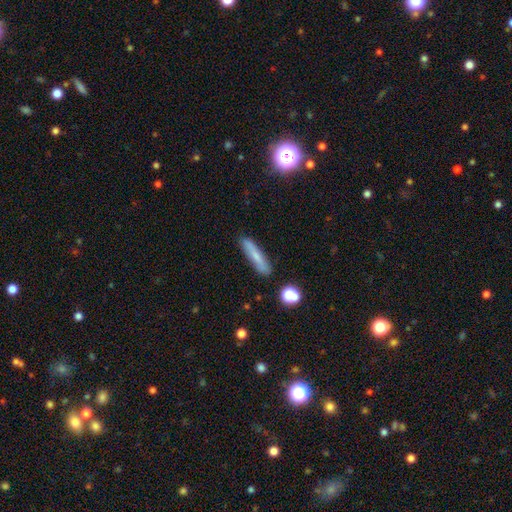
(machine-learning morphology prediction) Smooth or featured? smooth (68%)
How rounded? cigar-shaped (87%)
Merging? none (85%)